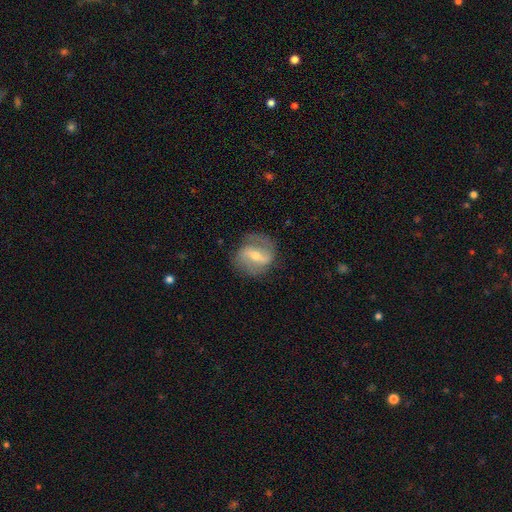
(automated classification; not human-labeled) The model was most divided on "spiral winding": medium: 44%, loose: 35%, tight: 21%. Remaining: edge-on disk — no (95%); spiral arms — yes (83%); spiral arm count — 2 (82%); smooth or featured — featured or disk (74%); merging — none (72%); bulge size — moderate (55%); bar — strong (48%).